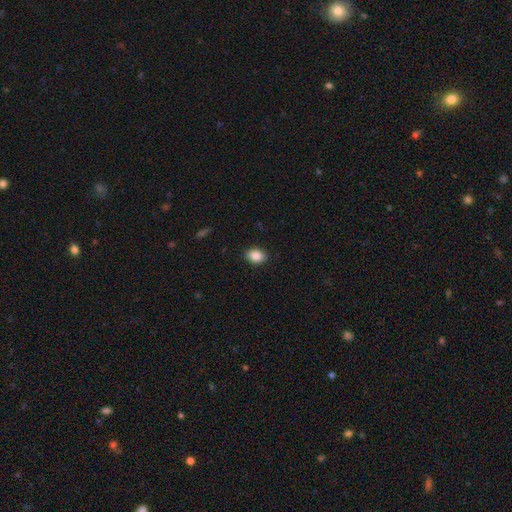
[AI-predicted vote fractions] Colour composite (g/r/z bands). It shows a smooth galaxy with no disk features (88%) that is in between round and cigar-shaped (70%). Merging: none (89%).